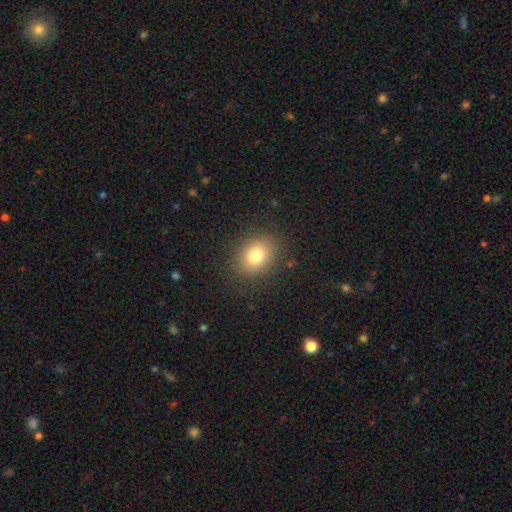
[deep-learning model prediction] Q: Smooth or featured?
A: smooth (78%); runner-up: star or artifact (13%)
Q: How rounded?
A: round (58%); runner-up: in between (42%)
Q: Merging?
A: none (86%); runner-up: minor disturbance (9%)